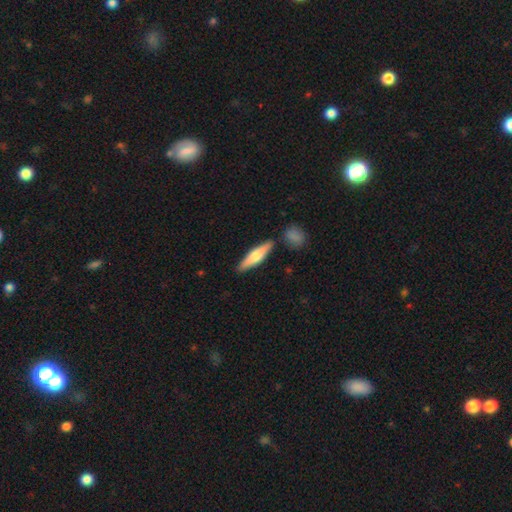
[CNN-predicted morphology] This appears to be a smooth galaxy with no disk features (54%) that is cigar-shaped (75%). Merging: none (83%).